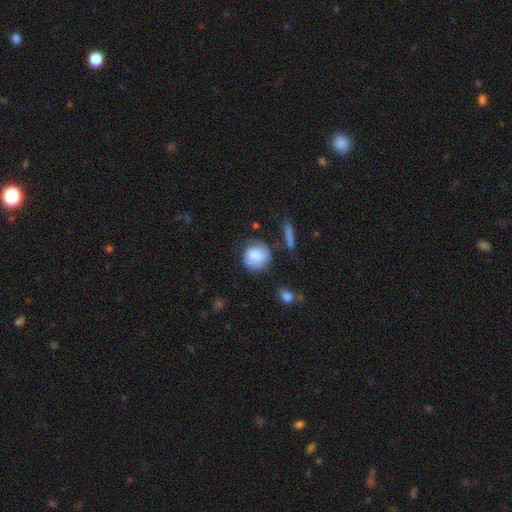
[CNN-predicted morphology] type=smooth (78%); roundness=round (87%); merging=none (67%).